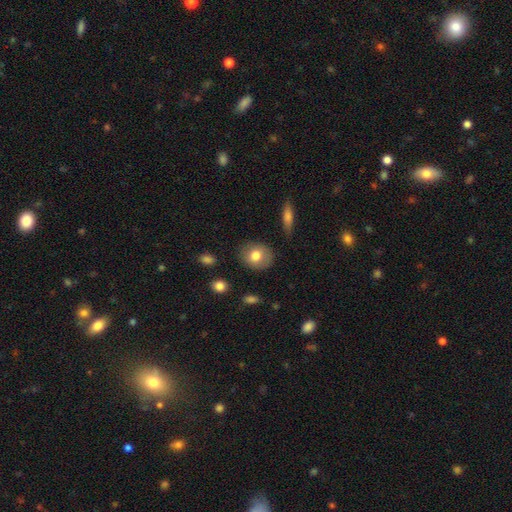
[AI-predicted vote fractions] The model was most divided on "how rounded": round: 69%, in between: 30%, cigar-shaped: 1%. More confident: merging — none (86%); smooth or featured — smooth (74%).